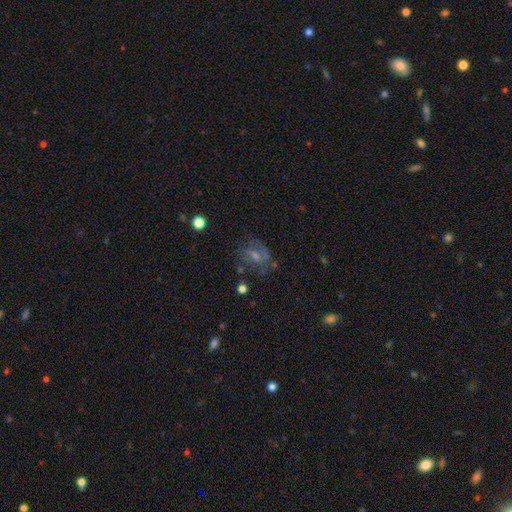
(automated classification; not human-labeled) smooth-or-featured: featured or disk: 52% | smooth: 28% | star or artifact: 21%
  disk-edge-on: no: 95% | yes: 5%
  merging: none: 61% | minor disturbance: 20% | major disturbance: 16% | merger: 4%